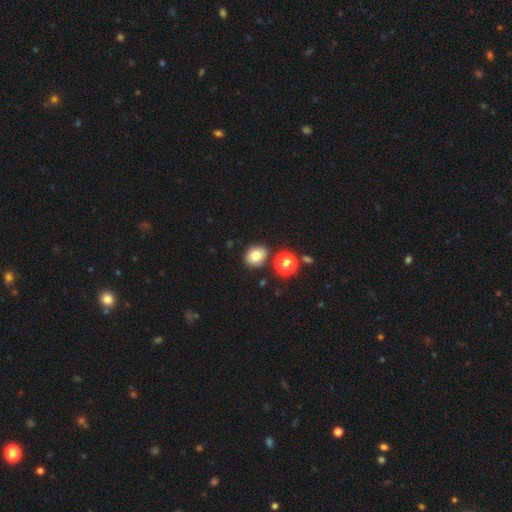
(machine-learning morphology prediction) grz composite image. It shows a smooth galaxy with no disk features (76%) that is round (64%). Merging: none (81%).